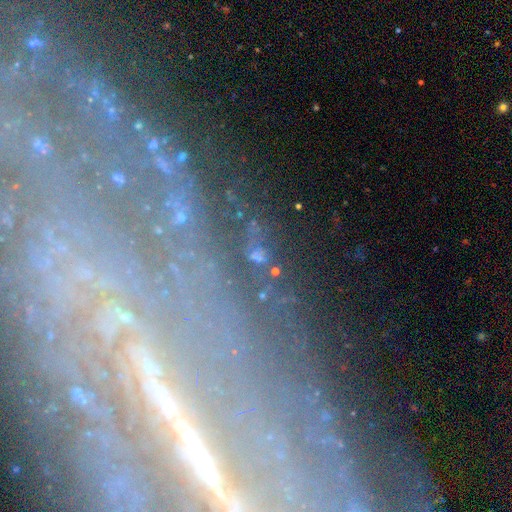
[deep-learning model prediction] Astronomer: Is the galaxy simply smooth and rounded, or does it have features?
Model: featured or disk — 53% (runner-up: star or artifact, 31%).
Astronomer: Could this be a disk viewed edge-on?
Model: no — 79%.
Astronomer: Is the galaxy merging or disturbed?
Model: none — 72%.